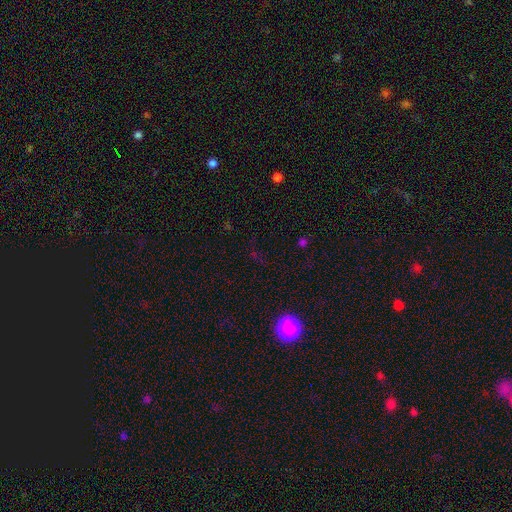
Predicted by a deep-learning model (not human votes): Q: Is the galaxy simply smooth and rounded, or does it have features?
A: star or artifact — 66%.